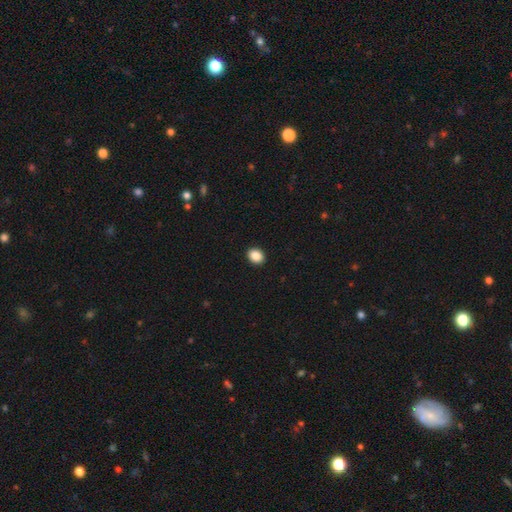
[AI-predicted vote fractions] Smooth or featured: smooth — 88% (star or artifact — 9%)
How rounded: round — 50% (in between — 49%)
Merging: none — 93% (minor disturbance — 5%)